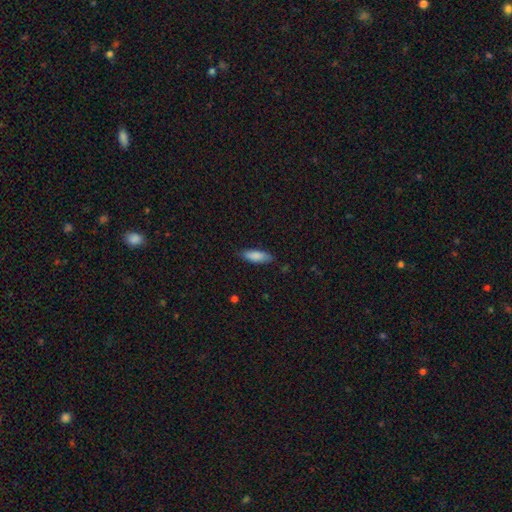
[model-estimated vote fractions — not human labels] The model was most divided on "how rounded": in between: 56%, cigar-shaped: 43%, round: 2%. More confident: smooth or featured — smooth (85%); merging — none (82%).